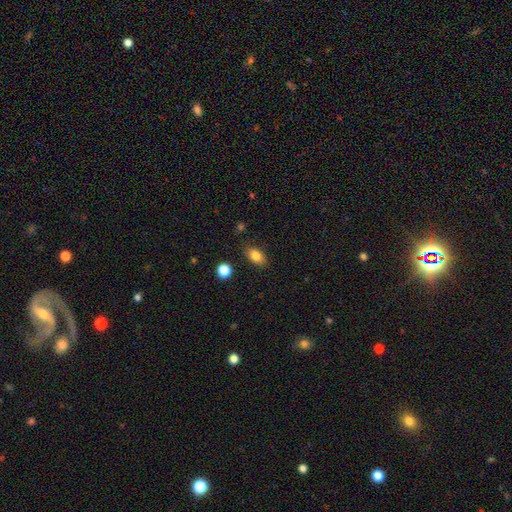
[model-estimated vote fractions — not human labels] smooth_or_featured: smooth (p=0.83) [alt: star or artifact p=0.09]
how_rounded: in between (p=0.86) [alt: round p=0.10]
merging: none (p=0.84) [alt: minor disturbance p=0.11]